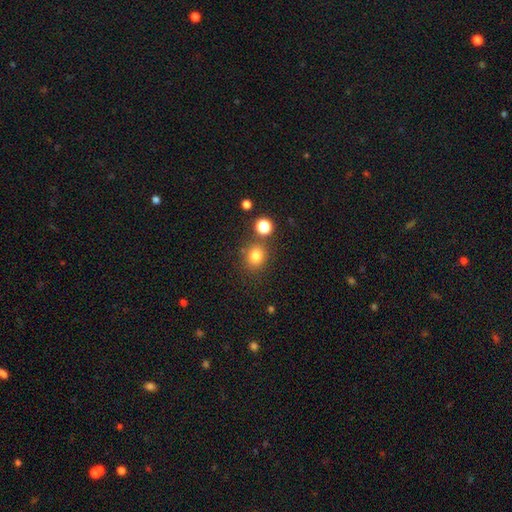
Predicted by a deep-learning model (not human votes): smooth_or_featured: smooth (p=0.80) [alt: star or artifact p=0.14]
how_rounded: round (p=0.80) [alt: in between p=0.19]
merging: none (p=0.77) [alt: minor disturbance p=0.10]